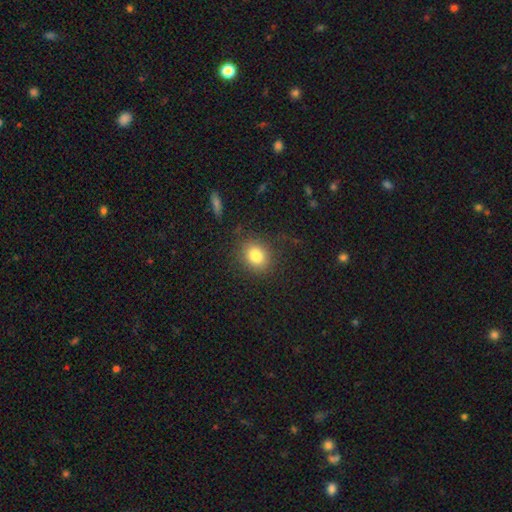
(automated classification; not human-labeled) Morphology: type=smooth (81%); roundness=round (59%); merging=none (83%).